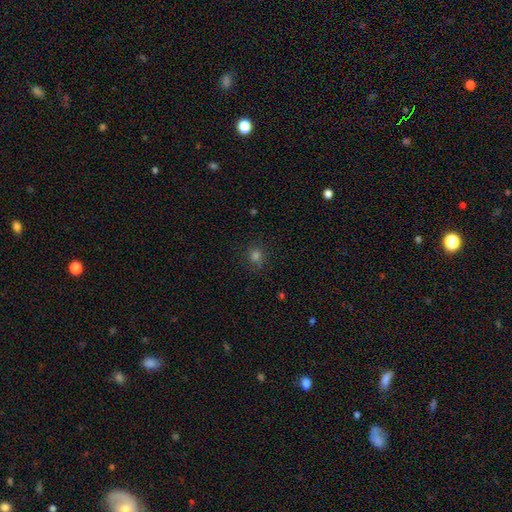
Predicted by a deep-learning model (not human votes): smooth_or_featured: smooth (p=0.72) [alt: star or artifact p=0.22]
how_rounded: round (p=0.86) [alt: in between p=0.13]
merging: none (p=0.85) [alt: minor disturbance p=0.10]